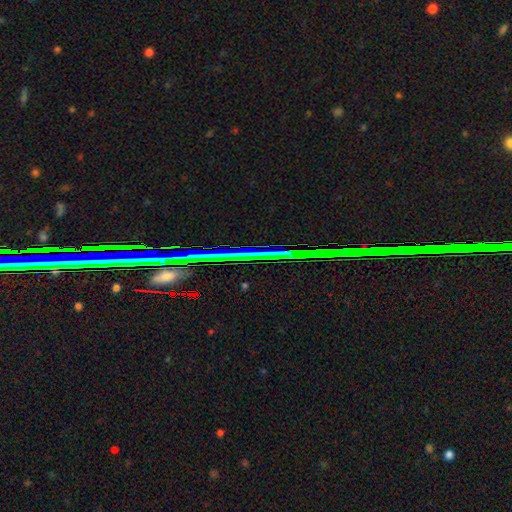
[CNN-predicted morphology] A star or artifact, not a galaxy (83%).

Vote fractions:
- Smooth or featured? star or artifact: 83% / featured or disk: 10% / smooth: 7%